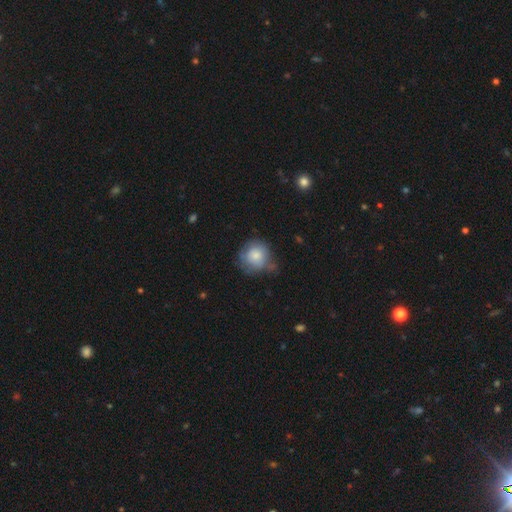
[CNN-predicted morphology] Smooth or featured? smooth (78%)
How rounded? round (89%)
Merging? none (52%)